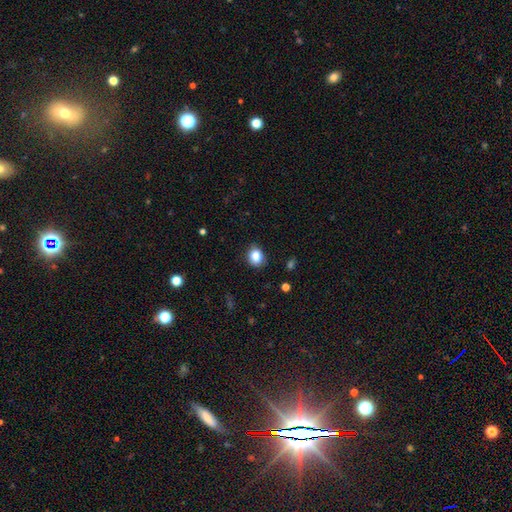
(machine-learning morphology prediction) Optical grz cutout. It shows a smooth galaxy with no disk features (84%) that is round (57%). Merging: none (87%).